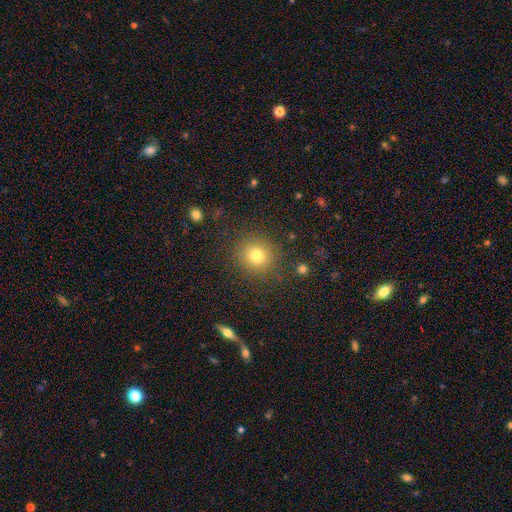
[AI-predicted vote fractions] smooth_or_featured: smooth (p=0.76) [alt: star or artifact p=0.15]
how_rounded: round (p=0.90) [alt: in between p=0.09]
merging: none (p=0.88) [alt: minor disturbance p=0.07]